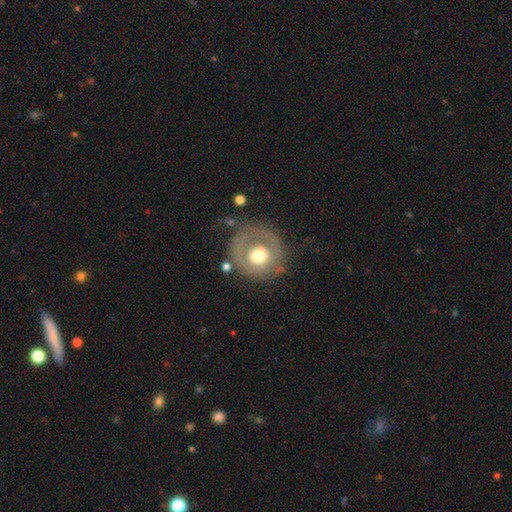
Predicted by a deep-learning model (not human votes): featured or disk 52%, smooth 33%, star or artifact 16%. Down the decision tree: edge-on disk — no (94%); merging — none (70%).